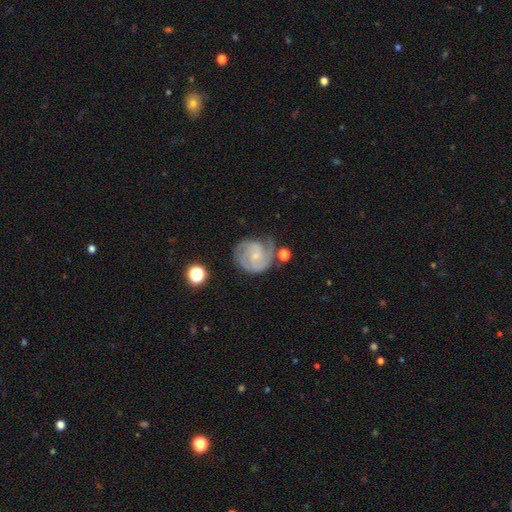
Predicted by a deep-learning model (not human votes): A featured or disk galaxy (81%) with no bar (61%), 2 (34%) tight (51%) spiral arms (95%) and a small central bulge (76%). Merging: none (56%).